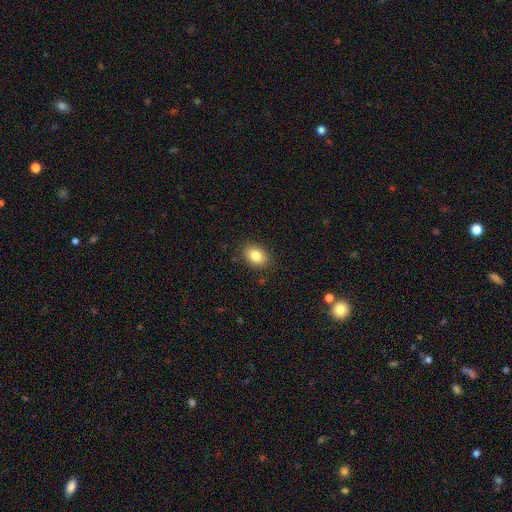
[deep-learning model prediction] smooth_or_featured: smooth (p=0.83) [alt: star or artifact p=0.09]
how_rounded: in between (p=0.73) [alt: round p=0.26]
merging: none (p=0.86) [alt: minor disturbance p=0.10]